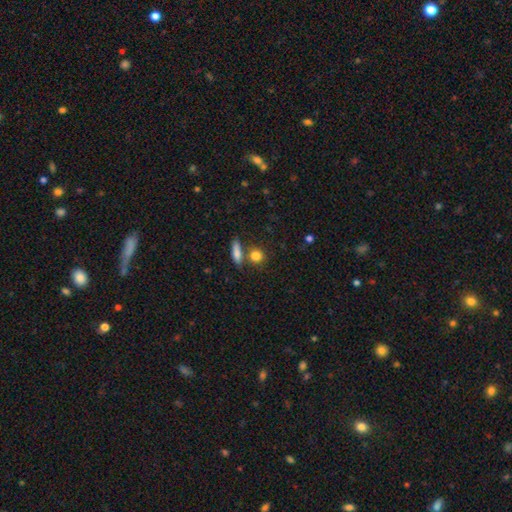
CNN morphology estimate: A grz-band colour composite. It shows a smooth galaxy with no disk features (83%) that is round (70%). Merging: none (65%).